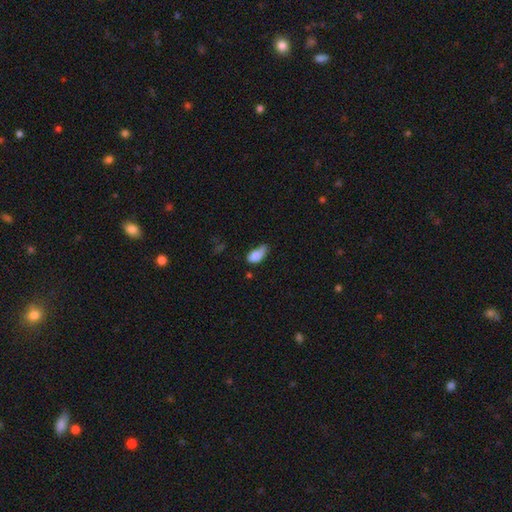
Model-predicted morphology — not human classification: Smooth or featured?
  - smooth: 74% *
  - featured or disk: 17%
  - star or artifact: 8%
How rounded?
  - in between: 87% *
  - round: 7%
  - cigar-shaped: 6%
Merging?
  - minor disturbance: 40% *
  - none: 27%
  - major disturbance: 24%
  - merger: 9%